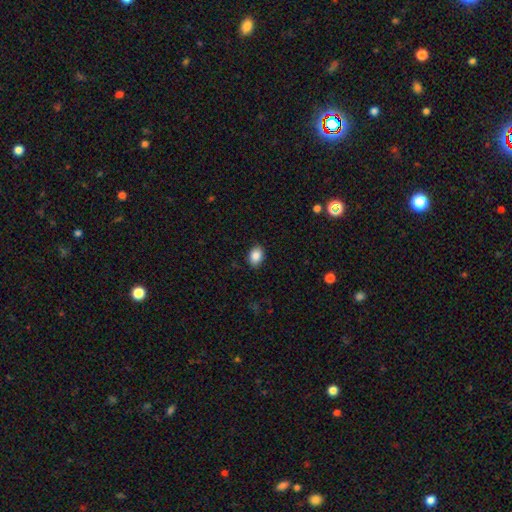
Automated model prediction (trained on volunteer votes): Overall: smooth (88%). How rounded: in between (79%). Merging: none (87%).